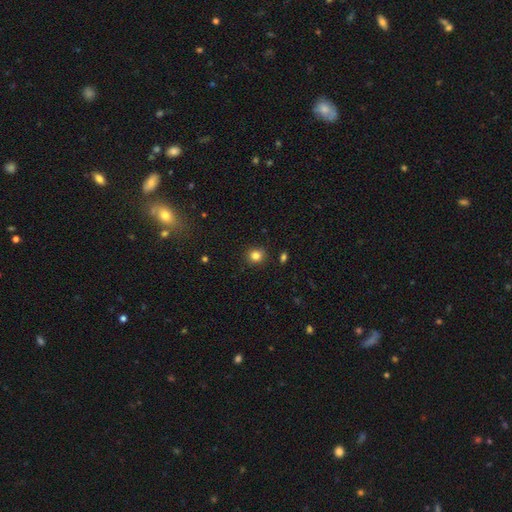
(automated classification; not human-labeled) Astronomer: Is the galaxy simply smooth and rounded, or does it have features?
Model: smooth — 82%.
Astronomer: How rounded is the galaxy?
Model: round — 87%.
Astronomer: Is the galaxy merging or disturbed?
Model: none — 89%.